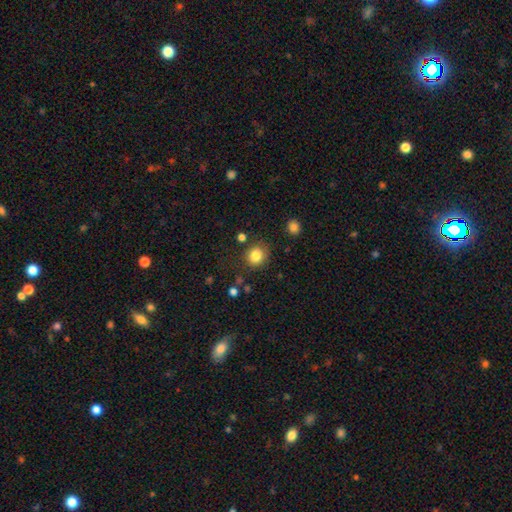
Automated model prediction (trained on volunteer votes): This appears to be a smooth galaxy with no disk features (83%) that is round (84%). Merging: none (83%).